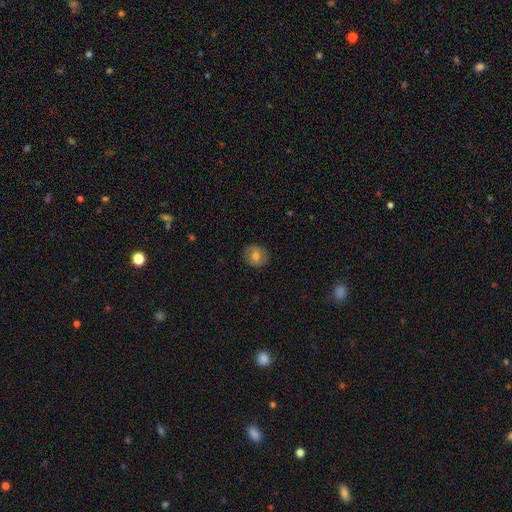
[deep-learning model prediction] smooth_or_featured: smooth (p=0.68) [alt: featured or disk p=0.22]
how_rounded: round (p=0.81) [alt: in between p=0.18]
merging: none (p=0.87) [alt: minor disturbance p=0.09]